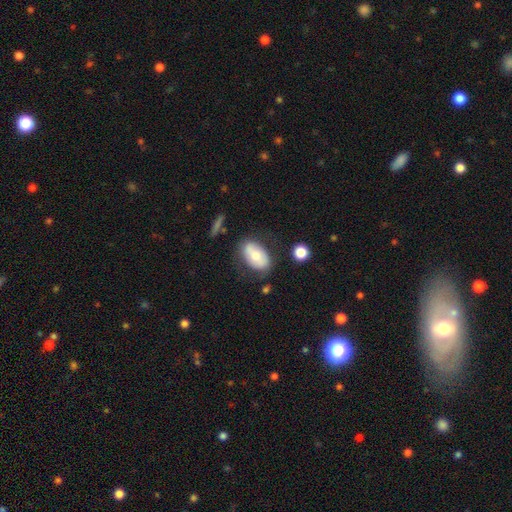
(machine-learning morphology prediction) A smooth galaxy with no disk features (62%) that is in between round and cigar-shaped (91%).

Vote fractions:
- Smooth or featured? smooth: 62% / featured or disk: 31% / star or artifact: 7%
- How rounded? in between: 91% / round: 7% / cigar-shaped: 2%
- Merging? none: 68% / minor disturbance: 20% / major disturbance: 7% / merger: 5%